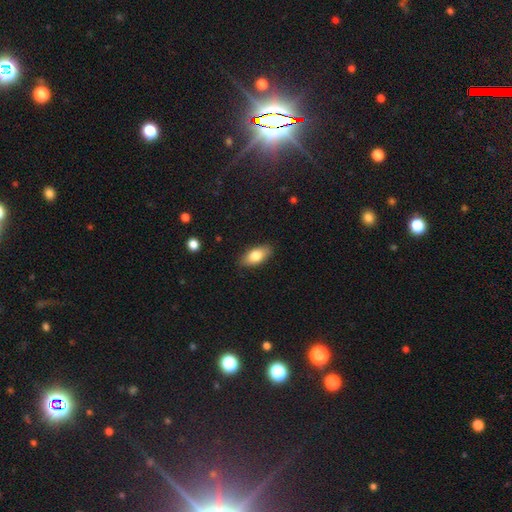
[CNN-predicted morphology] type=smooth (79%); roundness=in between (88%); merging=none (86%).